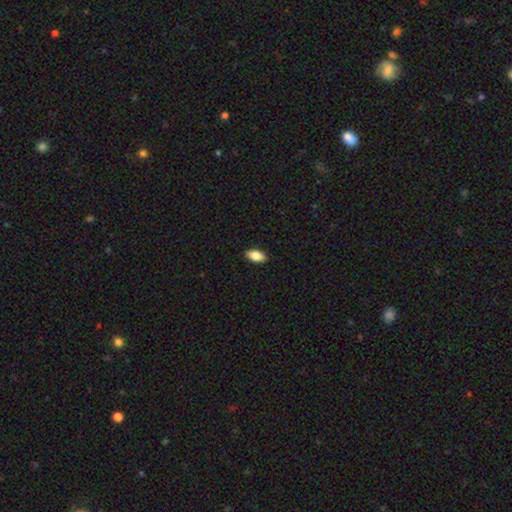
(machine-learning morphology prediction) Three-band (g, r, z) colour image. It shows a smooth galaxy with no disk features (85%) that is in between round and cigar-shaped (92%). Merging: none (90%).